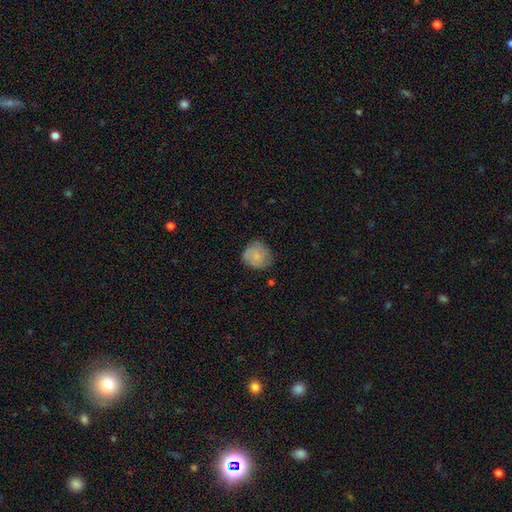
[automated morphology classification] The model was most divided on "smooth or featured": smooth: 67%, featured or disk: 25%, star or artifact: 8%. More confident: how rounded — round (82%); merging — none (69%).